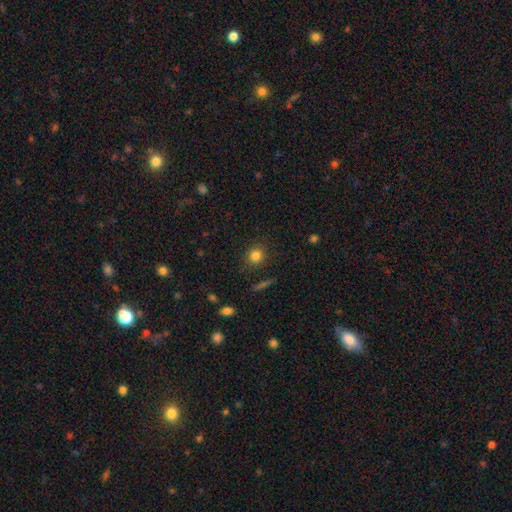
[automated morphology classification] Smooth or featured? Predicted: smooth (p=0.82). How rounded? Predicted: round (p=0.83). Merging? Predicted: none (p=0.86).